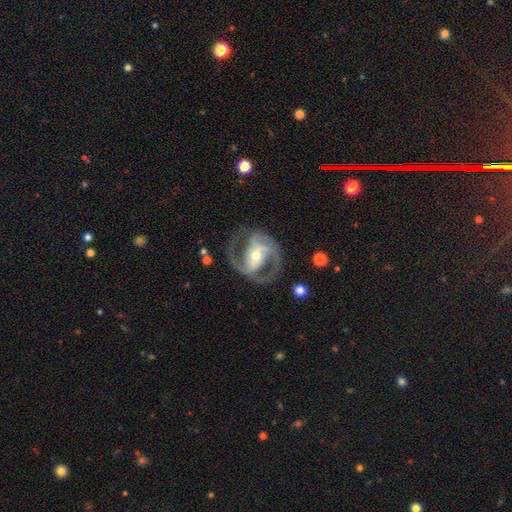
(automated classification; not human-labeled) Morphology: type=featured or disk (90%); edge-on=no (97%); bar=strong (44%); spiral arms=yes (95%); winding=medium (58%); arm count=2 (81%); bulge=moderate (60%); merging=none (72%).